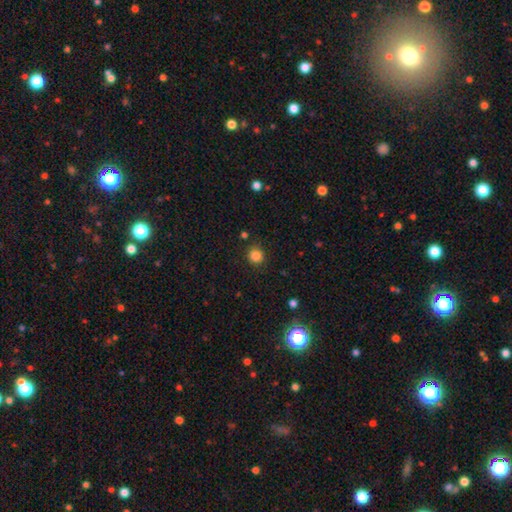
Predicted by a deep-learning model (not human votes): The model was most divided on "smooth or featured": smooth: 84%, star or artifact: 12%, featured or disk: 4%. More confident: how rounded — round (90%); merging — none (85%).